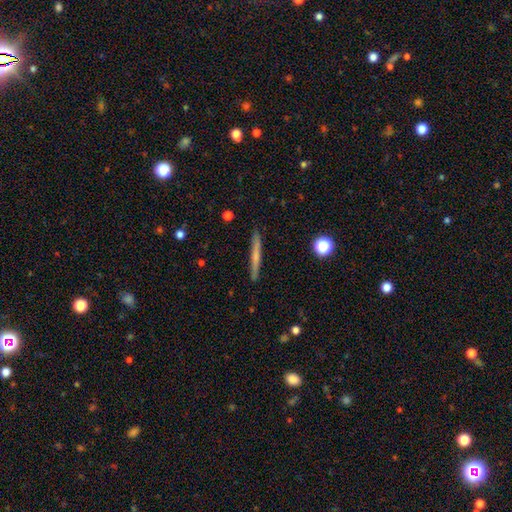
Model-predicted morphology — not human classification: Smooth or featured: smooth — 51% (featured or disk — 42%)
How rounded: cigar-shaped — 95% (in between — 3%)
Merging: none — 91% (minor disturbance — 7%)